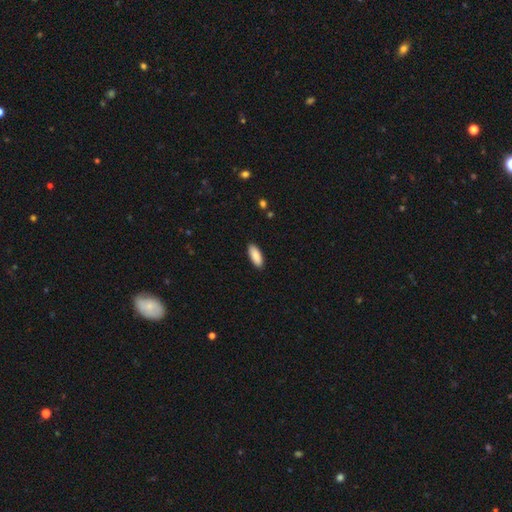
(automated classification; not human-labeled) This appears to be a smooth galaxy with no disk features (89%) that is in between round and cigar-shaped (77%). Merging: none (90%).